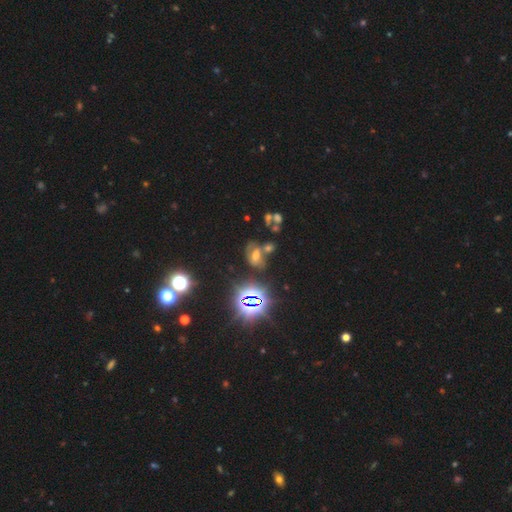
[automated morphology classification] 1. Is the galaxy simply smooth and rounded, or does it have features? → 45% star or artifact, 33% smooth, 23% featured or disk.